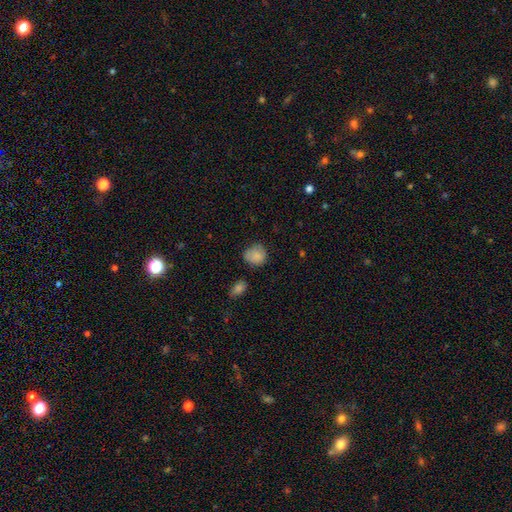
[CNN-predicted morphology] This appears to be a smooth galaxy with no disk features (84%) that is round (79%). Merging: none (65%).